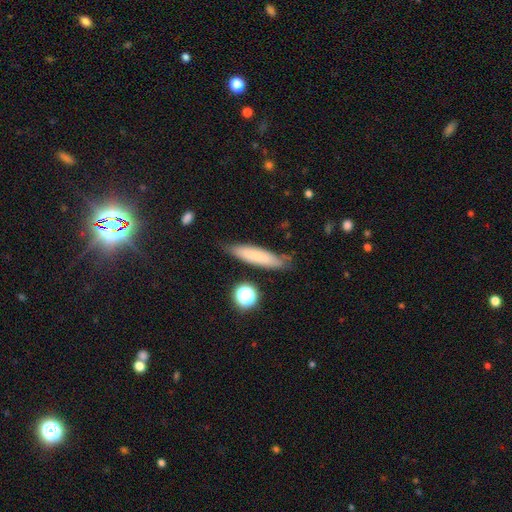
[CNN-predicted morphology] Smooth or featured? smooth (71%)
How rounded? cigar-shaped (80%)
Merging? none (77%)